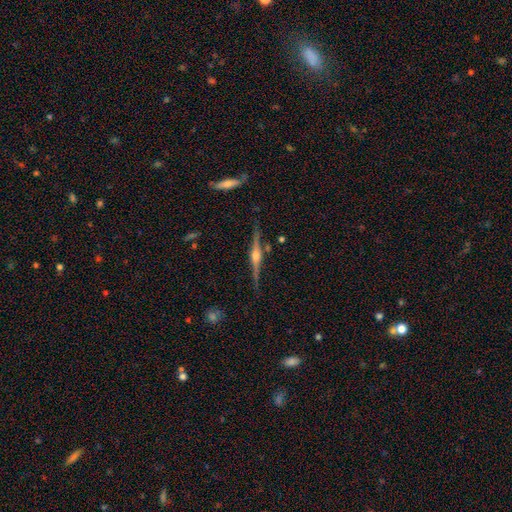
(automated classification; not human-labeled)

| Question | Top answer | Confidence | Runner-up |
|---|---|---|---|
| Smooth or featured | featured or disk | 86% | smooth (8%) |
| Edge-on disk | yes | 98% | no (2%) |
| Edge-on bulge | rounded | 91% | boxy (6%) |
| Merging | none | 87% | minor disturbance (9%) |